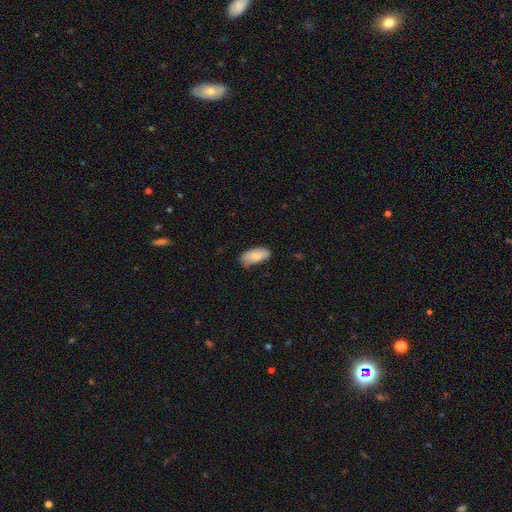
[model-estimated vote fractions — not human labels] smooth 83%, featured or disk 10%, star or artifact 6%. Down the decision tree: how rounded — in between (90%); merging — none (72%).